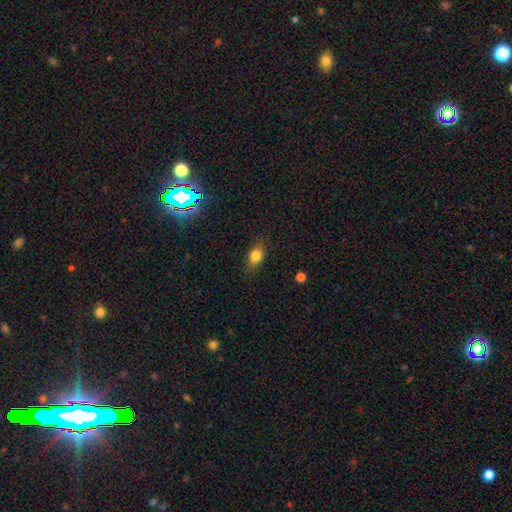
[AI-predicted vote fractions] A smooth galaxy with no disk features (80%) that is in between round and cigar-shaped (75%).

Vote fractions:
- Smooth or featured? smooth: 80% / star or artifact: 10% / featured or disk: 10%
- How rounded? in between: 75% / round: 19% / cigar-shaped: 6%
- Merging? none: 81% / minor disturbance: 14% / major disturbance: 4% / merger: 1%